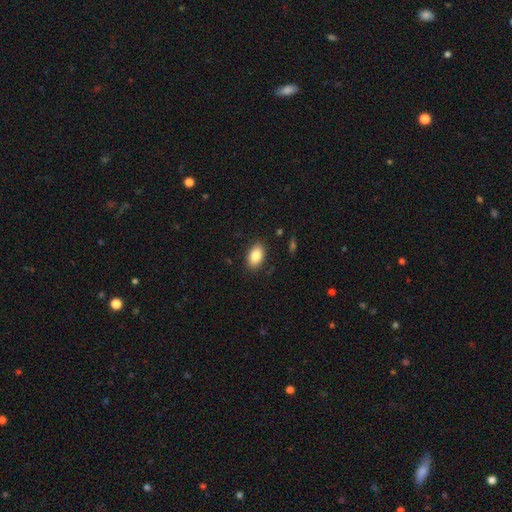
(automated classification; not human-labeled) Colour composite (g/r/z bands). It shows a smooth galaxy with no disk features (85%) that is in between round and cigar-shaped (90%). Merging: none (87%).